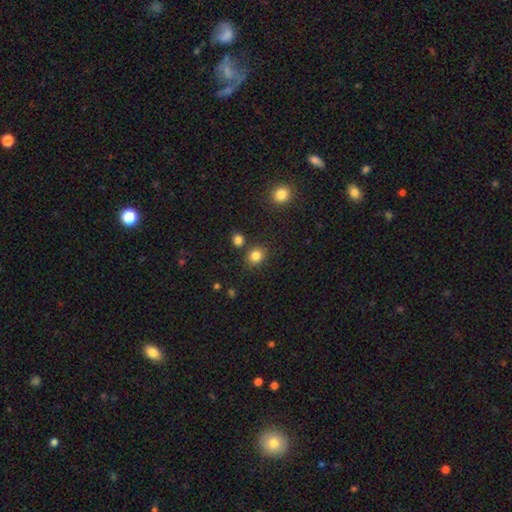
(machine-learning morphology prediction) smooth_or_featured: smooth (p=0.83) [alt: star or artifact p=0.12]
how_rounded: round (p=0.74) [alt: in between p=0.25]
merging: none (p=0.79) [alt: minor disturbance p=0.10]